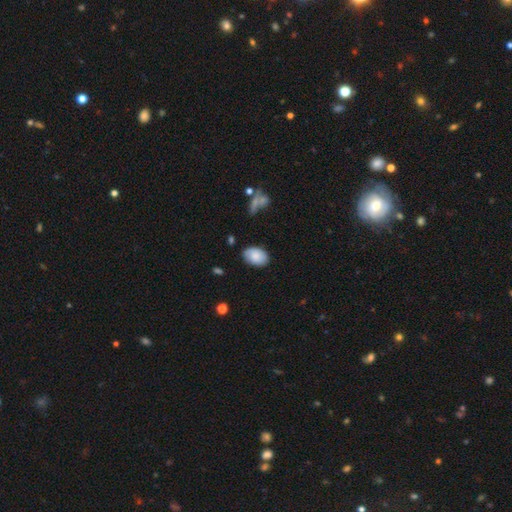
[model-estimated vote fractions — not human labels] smooth-or-featured: smooth: 82% | featured or disk: 11% | star or artifact: 7%
  how-rounded: in between: 89% | round: 10% | cigar-shaped: 1%
  merging: none: 78% | minor disturbance: 17% | major disturbance: 3% | merger: 2%